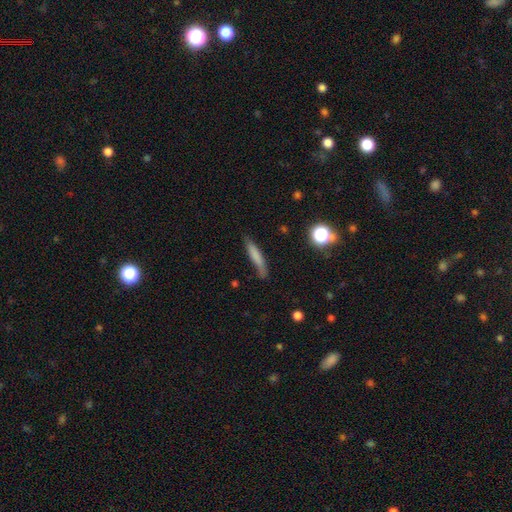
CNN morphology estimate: Smooth or featured? Predicted: smooth (p=0.72). How rounded? Predicted: cigar-shaped (p=0.89). Merging? Predicted: none (p=0.72).